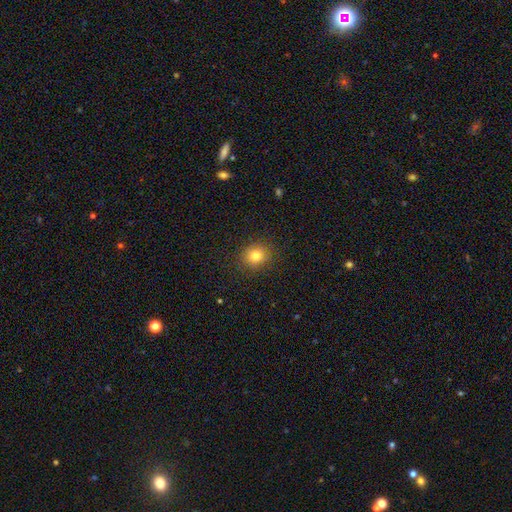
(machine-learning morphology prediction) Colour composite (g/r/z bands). It shows a smooth galaxy with no disk features (81%) that is round (79%). Merging: none (88%).